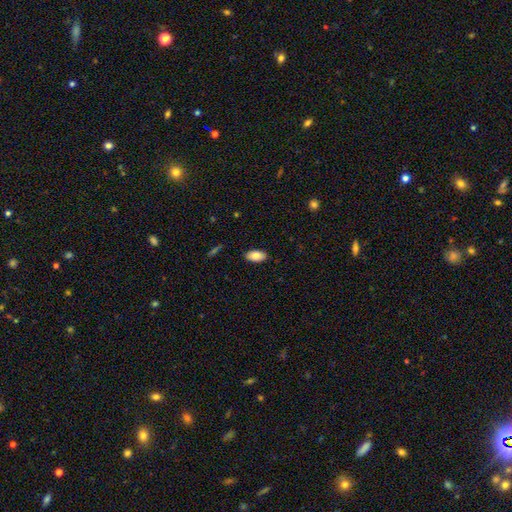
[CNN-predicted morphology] smooth-or-featured: smooth: 84% | featured or disk: 9% | star or artifact: 7%
  how-rounded: in between: 93% | cigar-shaped: 4% | round: 3%
  merging: none: 88% | minor disturbance: 9% | major disturbance: 2% | merger: 1%